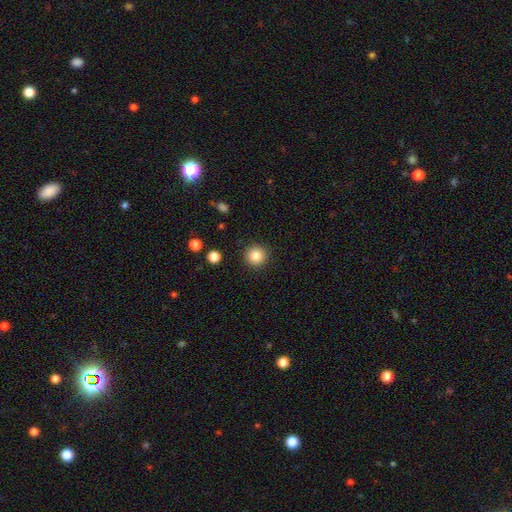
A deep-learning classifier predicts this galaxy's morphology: Overall: smooth (85%). How rounded: round (95%). Merging: none (91%).